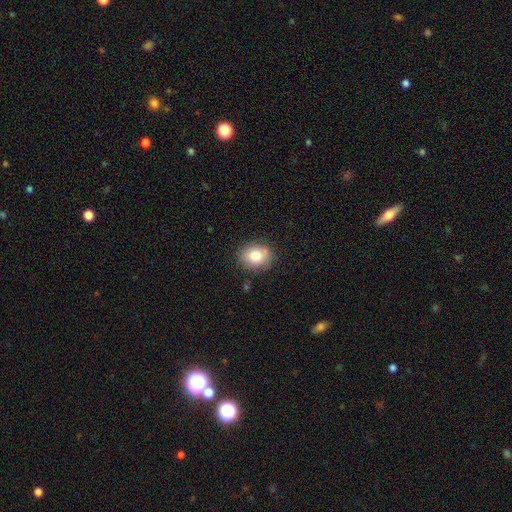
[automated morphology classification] Smooth or featured? Predicted: smooth (p=0.80). How rounded? Predicted: round (p=0.52). Merging? Predicted: none (p=0.83).